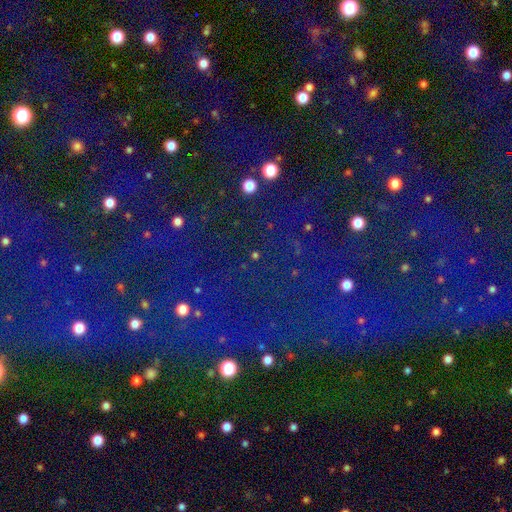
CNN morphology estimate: The model was most divided on "smooth or featured": star or artifact: 76%, smooth: 15%, featured or disk: 9%.